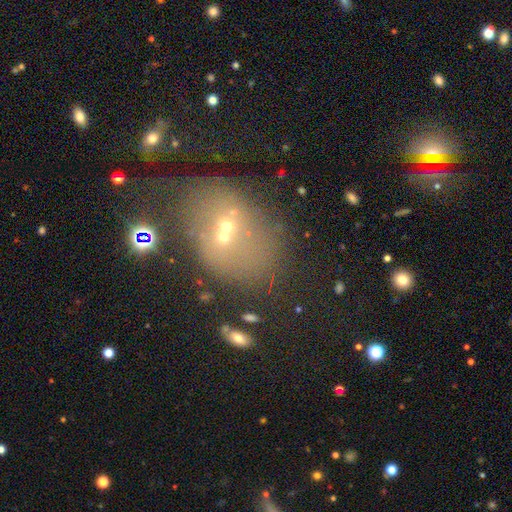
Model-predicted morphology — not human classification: This appears to be a smooth galaxy with no disk features (41%). Merging: merger (47%).